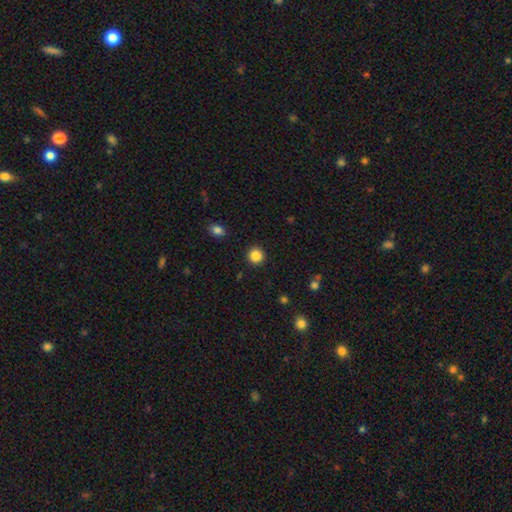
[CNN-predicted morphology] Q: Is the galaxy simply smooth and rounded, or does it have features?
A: smooth — 86%.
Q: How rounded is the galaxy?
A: round — 94%.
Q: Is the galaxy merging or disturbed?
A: none — 92%.